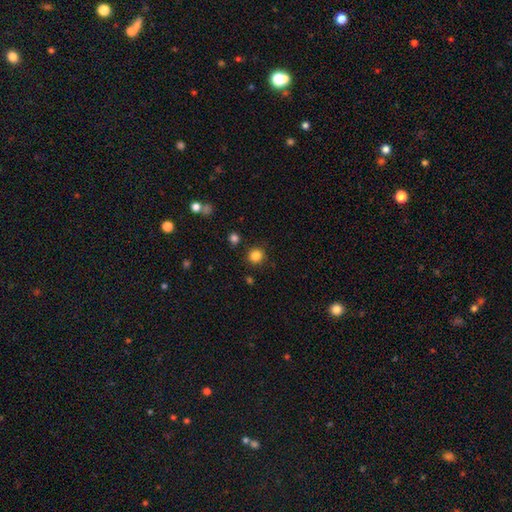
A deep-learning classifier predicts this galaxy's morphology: A smooth galaxy with no disk features (84%) that is round (91%). Merging: none (89%).